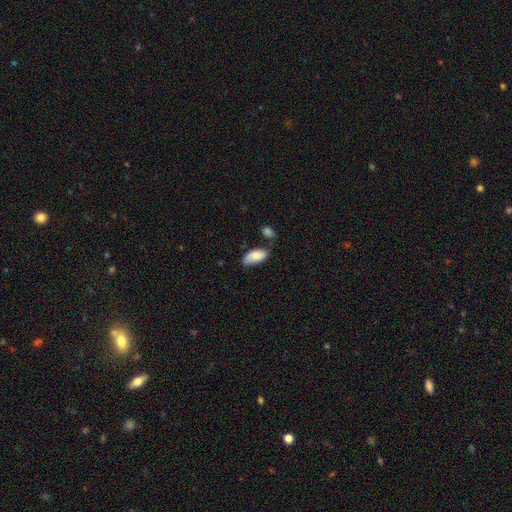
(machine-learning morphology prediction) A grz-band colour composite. It shows a smooth galaxy with no disk features (80%) that is in between round and cigar-shaped (92%). Merging: none (56%).